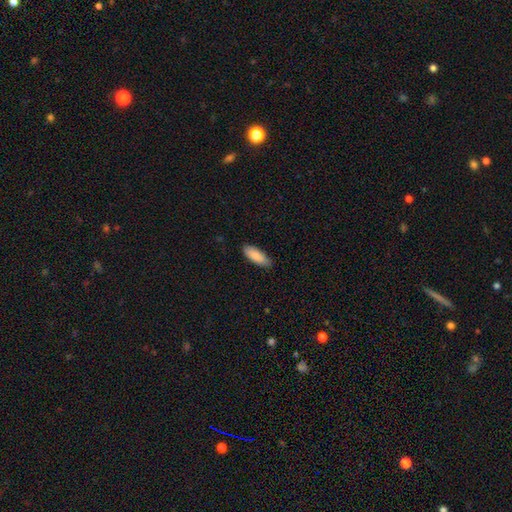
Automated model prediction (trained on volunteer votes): Smooth or featured? Predicted: smooth (p=0.88). How rounded? Predicted: in between (p=0.71). Merging? Predicted: none (p=0.84).